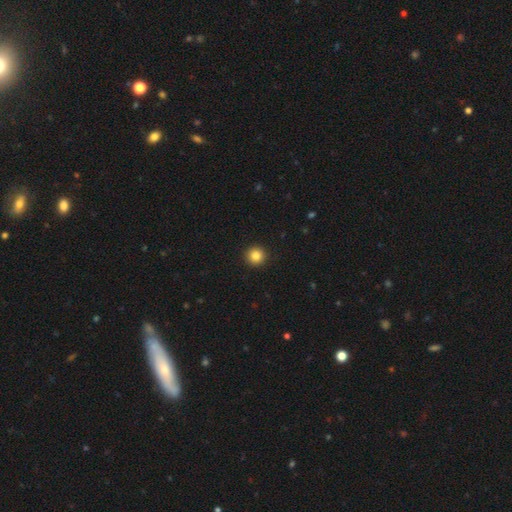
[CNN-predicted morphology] Smooth or featured: smooth — 84% (star or artifact — 11%)
How rounded: round — 96% (in between — 3%)
Merging: none — 94% (minor disturbance — 4%)